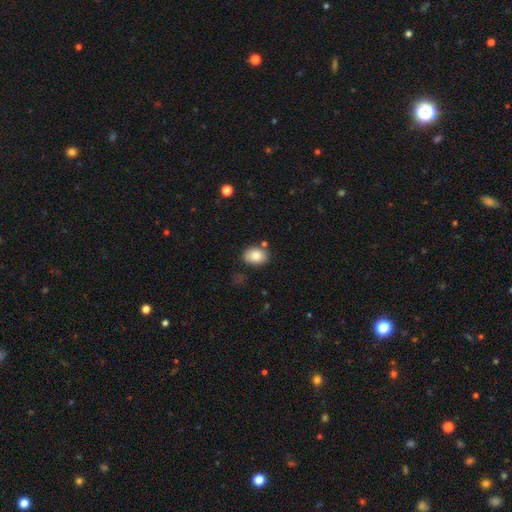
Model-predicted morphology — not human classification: Smooth or featured?
  - smooth: 83% *
  - featured or disk: 9%
  - star or artifact: 8%
How rounded?
  - in between: 73% *
  - round: 26%
  - cigar-shaped: 1%
Merging?
  - none: 77% *
  - minor disturbance: 14%
  - merger: 6%
  - major disturbance: 3%